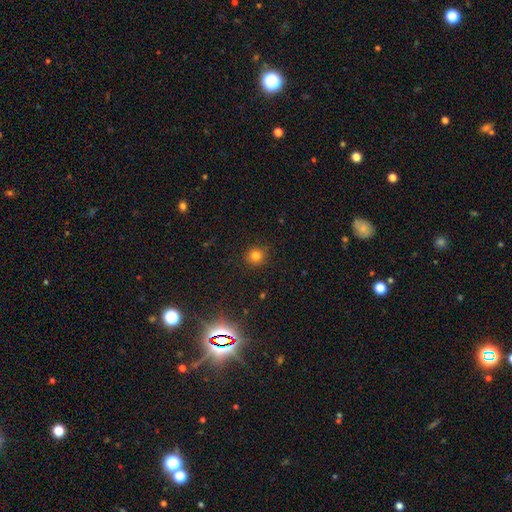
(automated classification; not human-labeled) This appears to be a smooth galaxy with no disk features (79%) that is round (89%). Merging: none (89%).